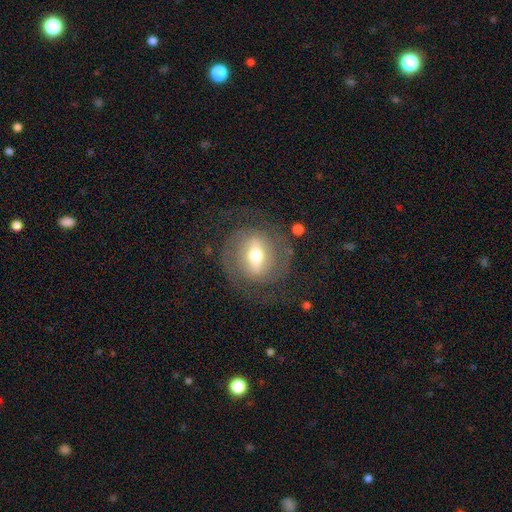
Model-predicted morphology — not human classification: The model was most divided on "spiral winding": medium: 45%, tight: 39%, loose: 16%. More confident: edge-on disk — no (94%); spiral arm count — 2 (84%); spiral arms — yes (83%); smooth or featured — featured or disk (79%); merging — none (73%); bulge size — moderate (66%); bar — strong (56%).